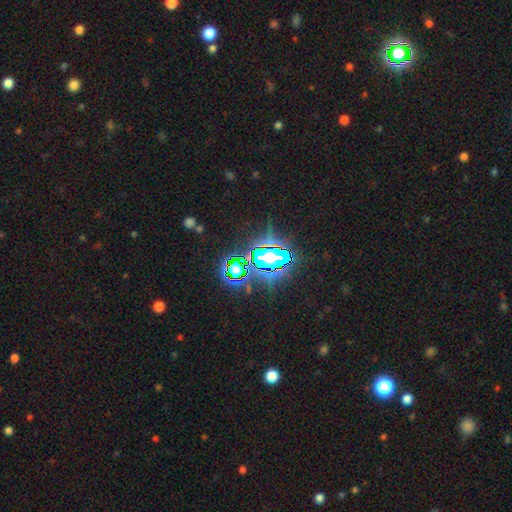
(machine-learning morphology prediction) star or artifact 82%, smooth 11%, featured or disk 7%.